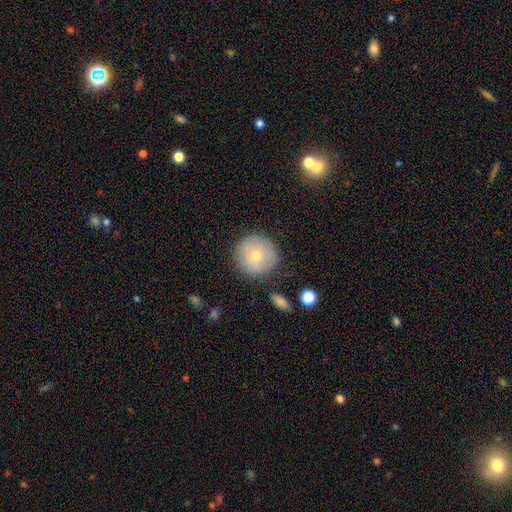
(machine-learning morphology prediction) Smooth or featured?
  - smooth: 67% *
  - featured or disk: 25%
  - star or artifact: 8%
How rounded?
  - round: 96% *
  - in between: 3%
  - cigar-shaped: 1%
Merging?
  - none: 83% *
  - minor disturbance: 11%
  - major disturbance: 3%
  - merger: 3%